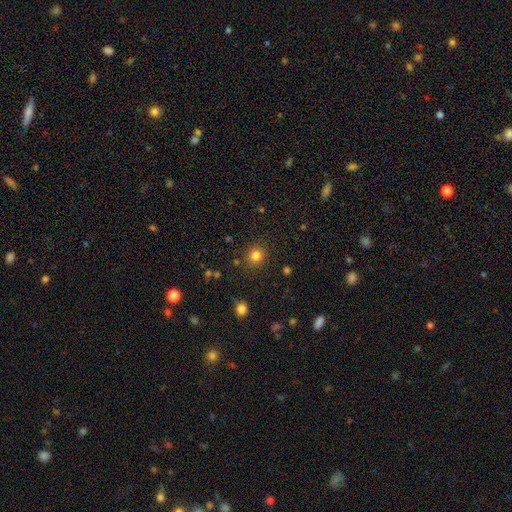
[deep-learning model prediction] Morphology: type=smooth (82%); roundness=round (85%); merging=none (87%).